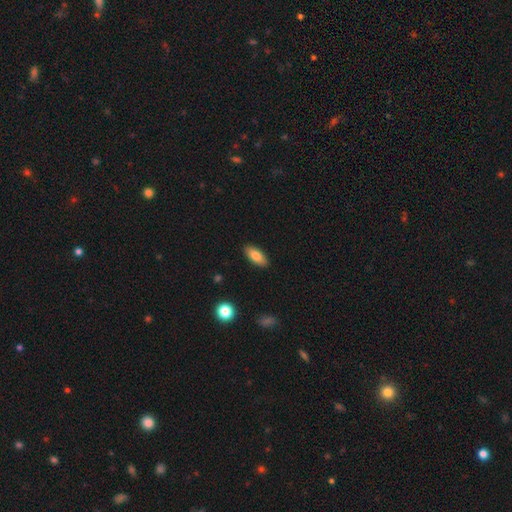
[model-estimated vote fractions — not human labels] Smooth or featured? smooth (81%)
How rounded? in between (81%)
Merging? none (89%)